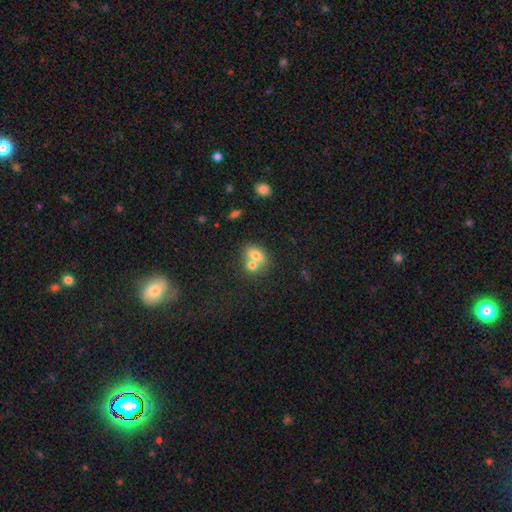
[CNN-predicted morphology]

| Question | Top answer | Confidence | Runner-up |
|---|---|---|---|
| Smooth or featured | smooth | 72% | featured or disk (18%) |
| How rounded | in between | 66% | round (33%) |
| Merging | merger | 61% | none (28%) |